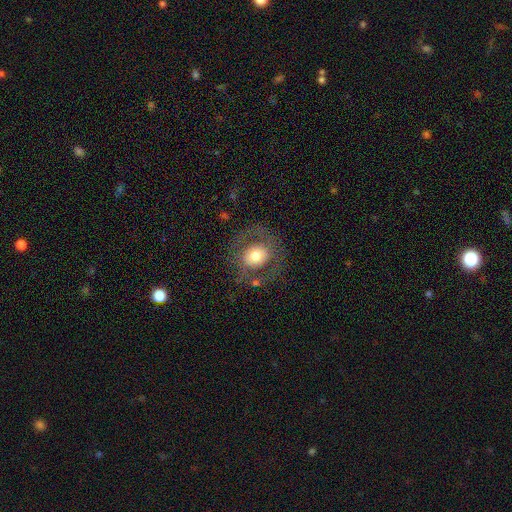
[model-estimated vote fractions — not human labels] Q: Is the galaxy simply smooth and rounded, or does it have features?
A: smooth — 53%.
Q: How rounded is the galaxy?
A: round — 72%.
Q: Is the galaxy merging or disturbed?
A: none — 68%.